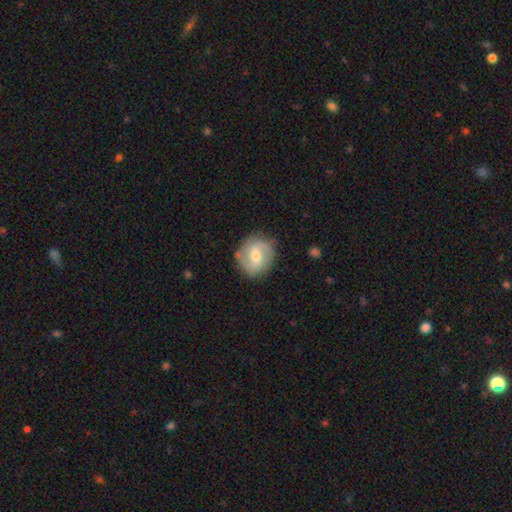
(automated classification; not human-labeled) The model was most divided on "bulge size": small: 49%, moderate: 45%, large: 2%, none: 2%, dominant: 1%. Remaining: edge-on disk — no (97%); spiral arms — yes (90%); spiral arm count — 2 (85%); merging — none (81%); smooth or featured — featured or disk (69%); bar — weak (55%); spiral winding — medium (48%).